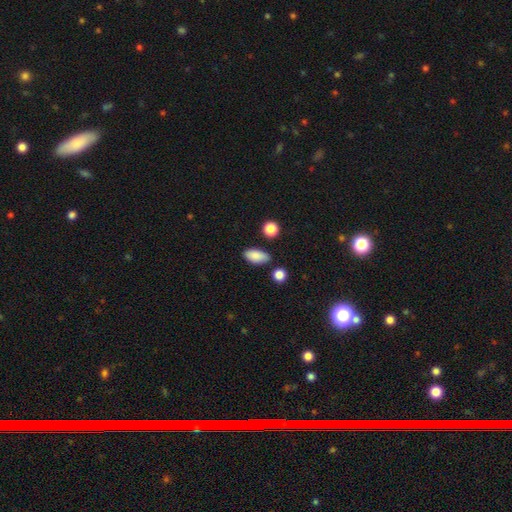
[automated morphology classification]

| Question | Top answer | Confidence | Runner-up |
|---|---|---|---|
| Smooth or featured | smooth | 87% | star or artifact (8%) |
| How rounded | in between | 89% | cigar-shaped (5%) |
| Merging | none | 77% | minor disturbance (15%) |